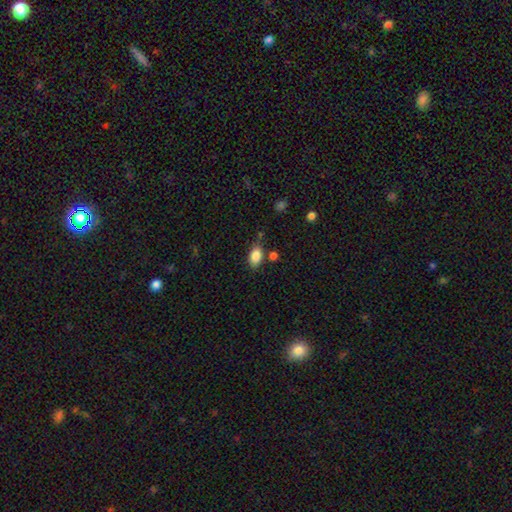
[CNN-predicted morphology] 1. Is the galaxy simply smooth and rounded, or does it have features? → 86% smooth, 8% star or artifact, 6% featured or disk.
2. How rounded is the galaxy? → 90% in between, 7% round, 3% cigar-shaped.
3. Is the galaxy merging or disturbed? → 70% none, 18% minor disturbance, 8% merger, 5% major disturbance.